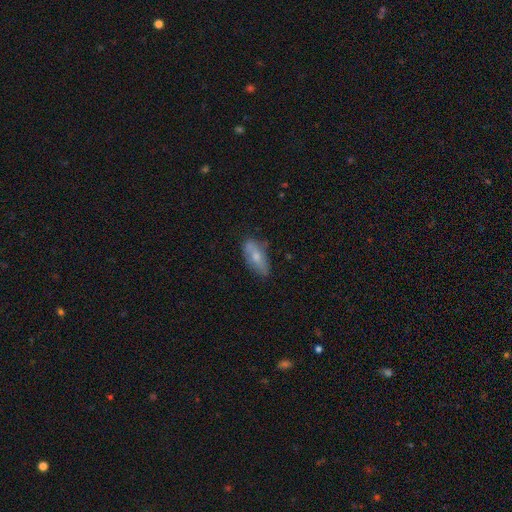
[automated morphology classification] A smooth galaxy with no disk features (61%) that is in between round and cigar-shaped (76%).

Vote fractions:
- Smooth or featured? smooth: 61% / featured or disk: 32% / star or artifact: 7%
- How rounded? in between: 76% / cigar-shaped: 21% / round: 3%
- Merging? none: 67% / minor disturbance: 25% / major disturbance: 6% / merger: 2%